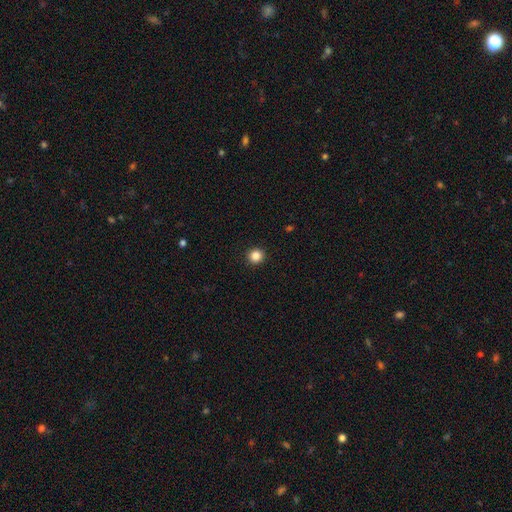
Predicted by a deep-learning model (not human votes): A smooth galaxy with no disk features (86%) that is round (93%). Merging: none (93%).